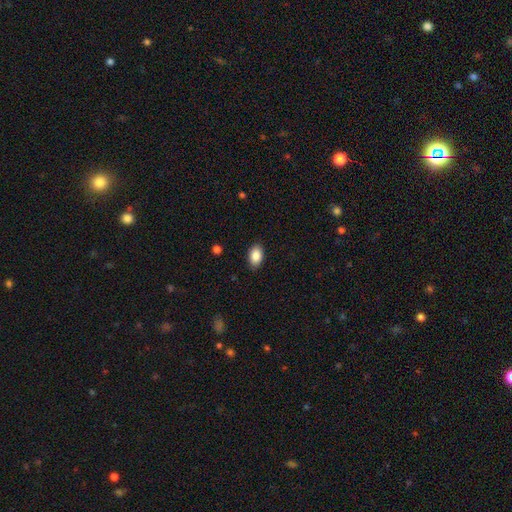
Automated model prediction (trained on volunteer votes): Q: Smooth or featured?
A: smooth (88%); runner-up: star or artifact (7%)
Q: How rounded?
A: in between (90%); runner-up: round (9%)
Q: Merging?
A: none (88%); runner-up: minor disturbance (9%)